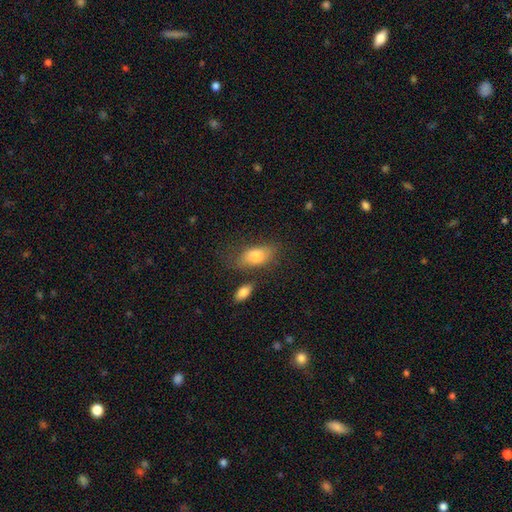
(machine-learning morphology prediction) Q: Smooth or featured?
A: smooth (76%); runner-up: featured or disk (15%)
Q: How rounded?
A: in between (85%); runner-up: cigar-shaped (8%)
Q: Merging?
A: none (65%); runner-up: minor disturbance (20%)